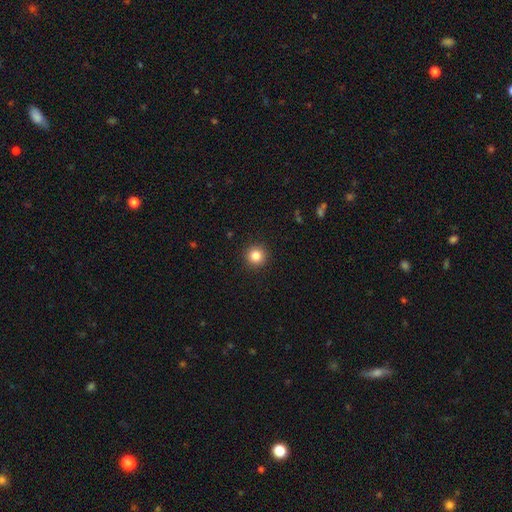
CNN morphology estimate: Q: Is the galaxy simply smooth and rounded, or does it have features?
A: smooth — 83%.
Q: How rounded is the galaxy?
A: round — 96%.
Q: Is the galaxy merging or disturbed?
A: none — 93%.